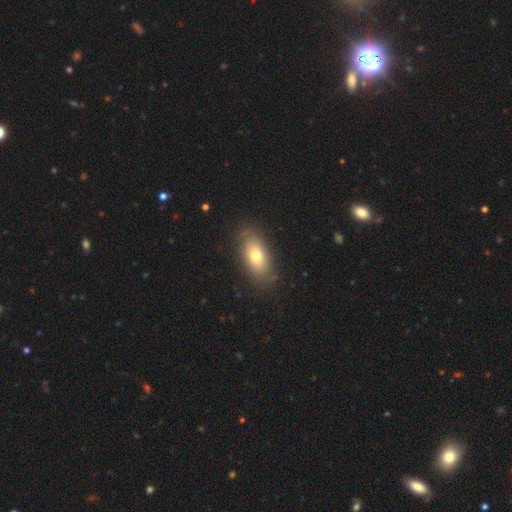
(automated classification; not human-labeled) The model was most divided on "smooth or featured": smooth: 72%, featured or disk: 20%, star or artifact: 8%. More confident: how rounded — in between (88%); merging — none (82%).